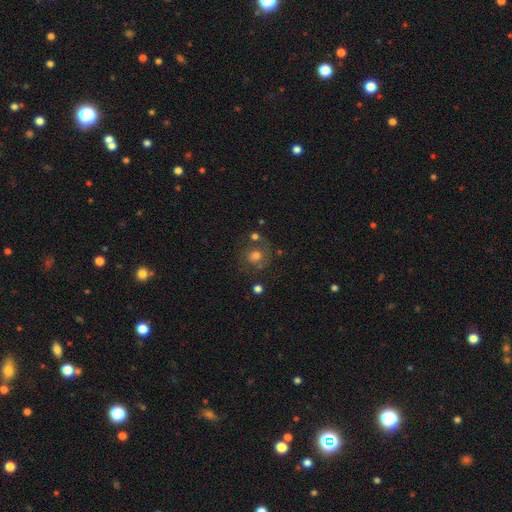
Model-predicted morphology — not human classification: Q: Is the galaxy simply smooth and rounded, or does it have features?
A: smooth — 46%.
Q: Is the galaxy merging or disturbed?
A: none — 61%.